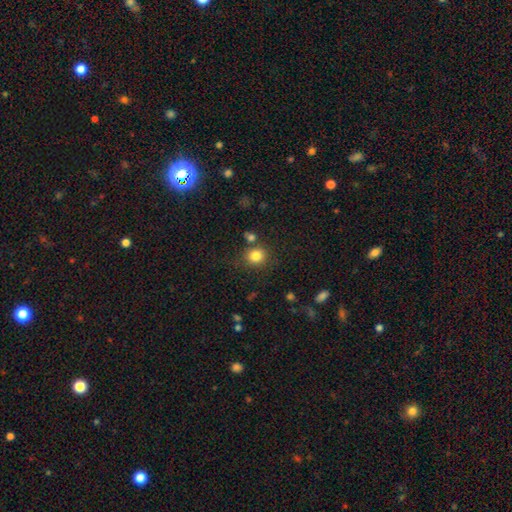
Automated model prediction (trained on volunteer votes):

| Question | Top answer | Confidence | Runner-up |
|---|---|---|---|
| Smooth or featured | smooth | 83% | star or artifact (12%) |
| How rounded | round | 85% | in between (14%) |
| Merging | none | 77% | minor disturbance (10%) |